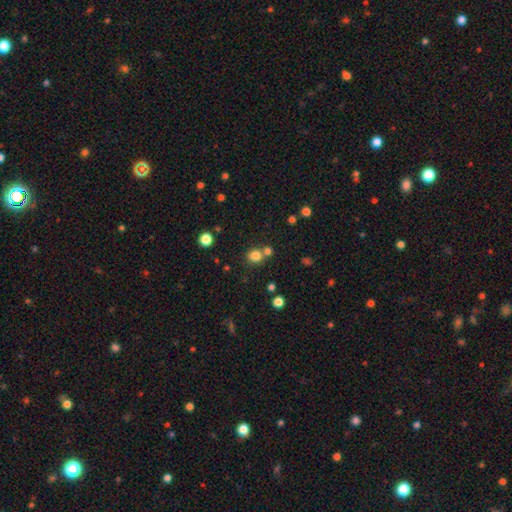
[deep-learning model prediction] Smooth or featured?
  - smooth: 79% *
  - star or artifact: 15%
  - featured or disk: 6%
How rounded?
  - round: 84% *
  - in between: 15%
  - cigar-shaped: 1%
Merging?
  - none: 62% *
  - merger: 27%
  - minor disturbance: 8%
  - major disturbance: 3%